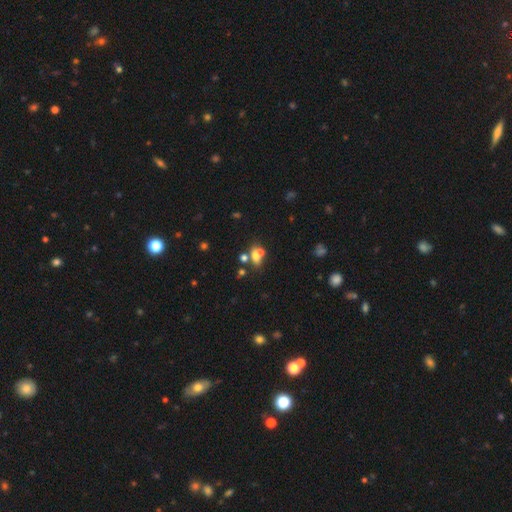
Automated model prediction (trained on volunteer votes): smooth_or_featured: smooth (p=0.60) [alt: featured or disk p=0.21]
how_rounded: in between (p=0.54) [alt: round p=0.43]
merging: merger (p=0.51) [alt: none p=0.34]